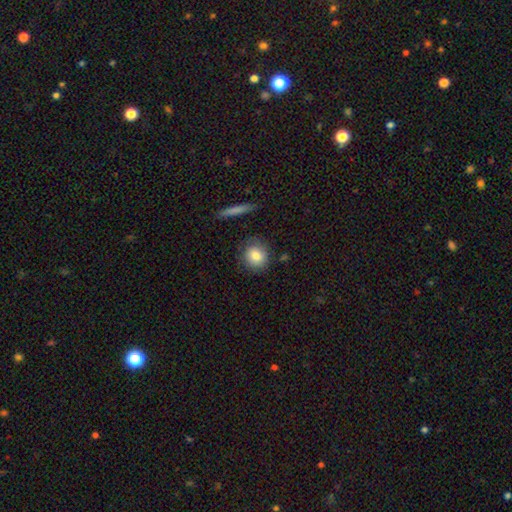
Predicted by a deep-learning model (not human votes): A smooth galaxy with no disk features (81%) that is round (82%).

Vote fractions:
- Smooth or featured? smooth: 81% / featured or disk: 11% / star or artifact: 8%
- How rounded? round: 82% / in between: 16% / cigar-shaped: 2%
- Merging? none: 81% / minor disturbance: 12% / major disturbance: 3% / merger: 3%